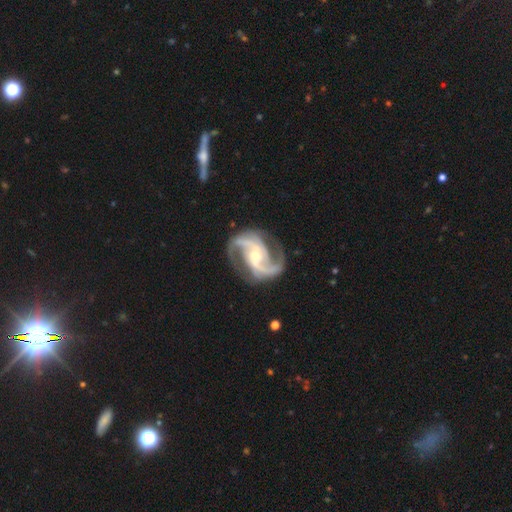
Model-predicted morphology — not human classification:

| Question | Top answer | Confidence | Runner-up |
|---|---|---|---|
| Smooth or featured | featured or disk | 93% | star or artifact (4%) |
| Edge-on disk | no | 98% | yes (2%) |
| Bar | no | 44% | weak (33%) |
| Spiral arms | yes | 98% | no (2%) |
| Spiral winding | medium | 58% | loose (27%) |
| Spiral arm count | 2 | 86% | 3 (7%) |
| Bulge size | small | 53% | moderate (43%) |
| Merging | none | 79% | minor disturbance (14%) |